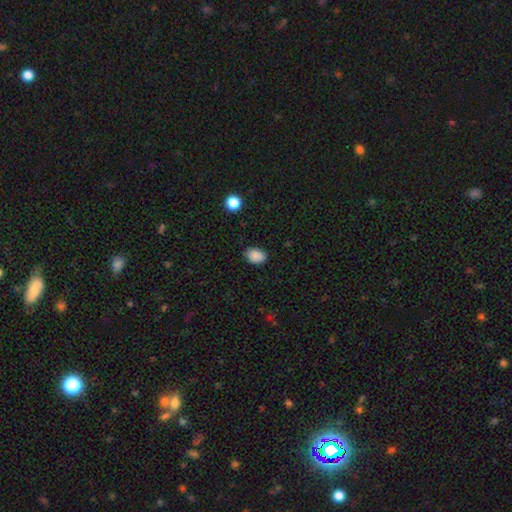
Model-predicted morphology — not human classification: smooth_or_featured: smooth (p=0.88) [alt: star or artifact p=0.09]
how_rounded: in between (p=0.76) [alt: round p=0.24]
merging: none (p=0.85) [alt: minor disturbance p=0.11]